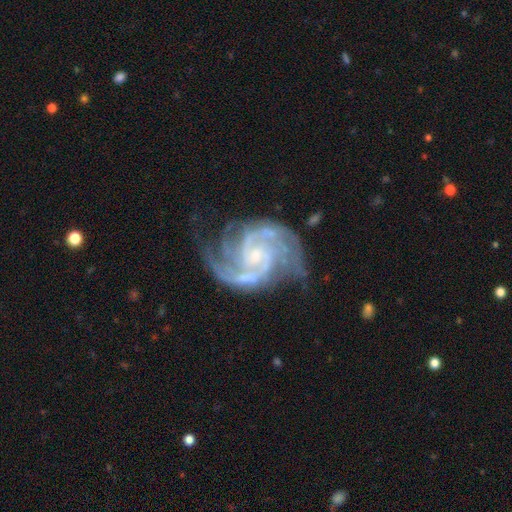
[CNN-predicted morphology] featured or disk 93%, star or artifact 4%, smooth 2%. Down the decision tree: edge-on disk — no (98%); bar — no (55%); spiral arms — yes (99%); spiral arm count — 2 (49%); spiral winding — medium (50%); bulge size — small (71%); merging — none (66%).